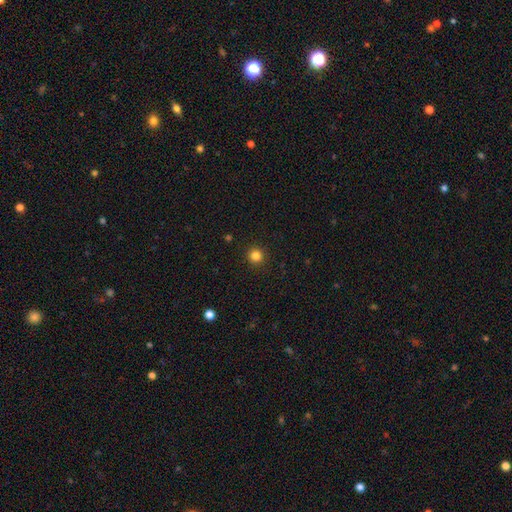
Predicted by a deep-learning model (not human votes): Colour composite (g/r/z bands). It shows a smooth galaxy with no disk features (83%) that is round (95%). Merging: none (93%).